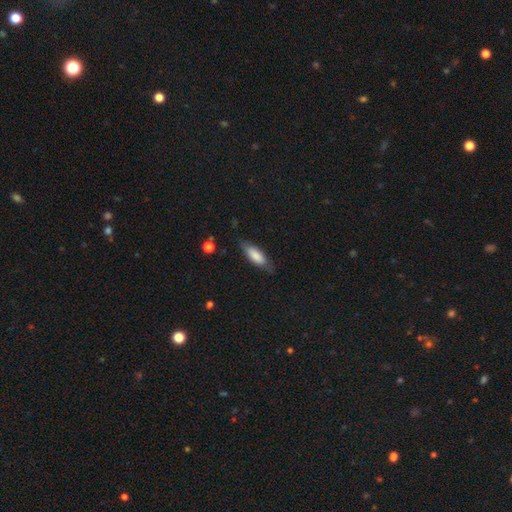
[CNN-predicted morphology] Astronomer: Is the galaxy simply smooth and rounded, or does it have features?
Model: smooth — 79%.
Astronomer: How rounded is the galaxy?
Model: in between — 63%.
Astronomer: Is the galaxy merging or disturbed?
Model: none — 74%.